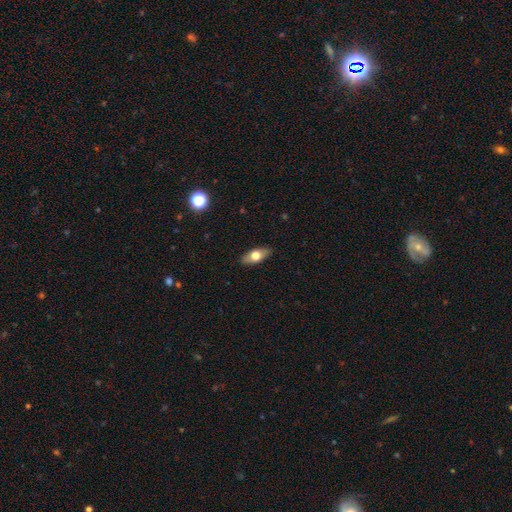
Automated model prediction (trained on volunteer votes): A smooth galaxy with no disk features (64%) that is in between round and cigar-shaped (82%).

Vote fractions:
- Smooth or featured? smooth: 64% / featured or disk: 30% / star or artifact: 7%
- How rounded? in between: 82% / cigar-shaped: 14% / round: 5%
- Merging? none: 88% / minor disturbance: 9% / major disturbance: 2% / merger: 1%